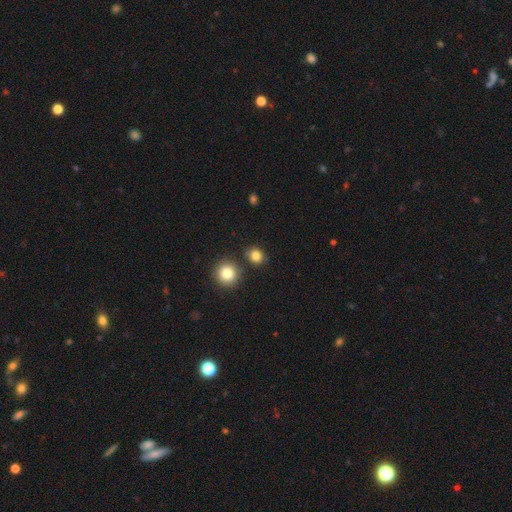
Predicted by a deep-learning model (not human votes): Smooth or featured? Predicted: smooth (p=0.83). How rounded? Predicted: round (p=0.76). Merging? Predicted: none (p=0.79).